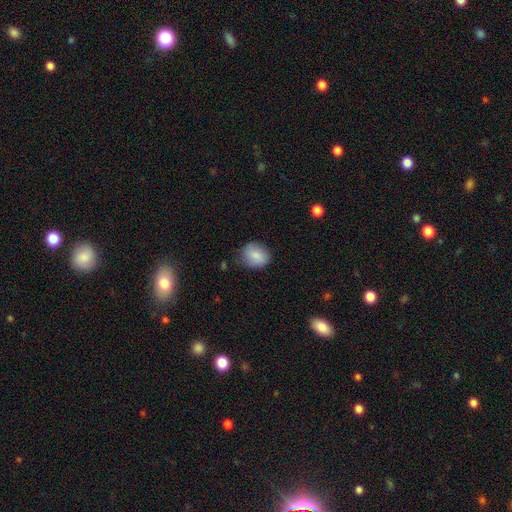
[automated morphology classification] smooth-or-featured: smooth: 85% | star or artifact: 8% | featured or disk: 8%
  how-rounded: round: 61% | in between: 38% | cigar-shaped: 1%
  merging: none: 74% | minor disturbance: 20% | major disturbance: 4% | merger: 1%